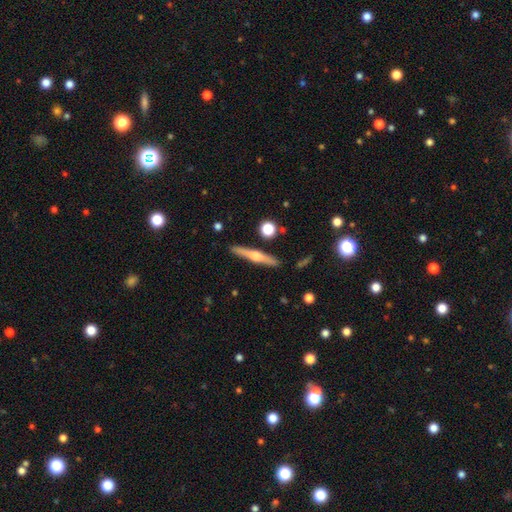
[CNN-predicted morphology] Smooth or featured: featured or disk — 66% (smooth — 28%)
Edge-on disk: yes — 97% (no — 3%)
Edge-on bulge: rounded — 90% (boxy — 5%)
Merging: none — 90% (minor disturbance — 6%)